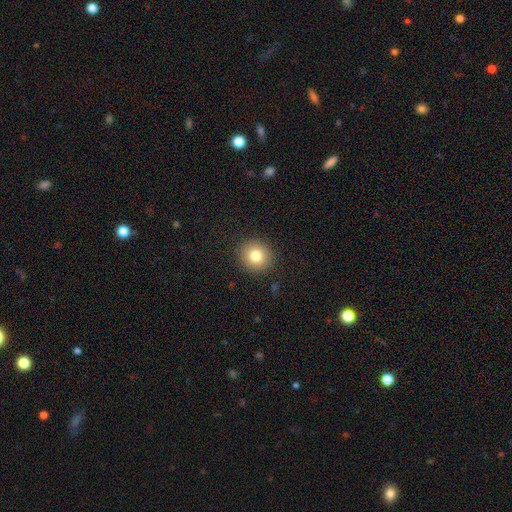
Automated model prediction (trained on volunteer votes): This appears to be a smooth galaxy with no disk features (80%) that is round (88%). Merging: none (90%).